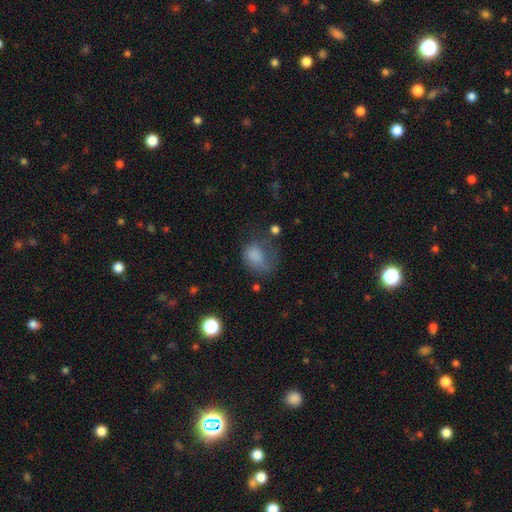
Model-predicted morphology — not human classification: smooth 74%, featured or disk 16%, star or artifact 10%. Down the decision tree: how rounded — in between (59%); merging — major disturbance (42%).